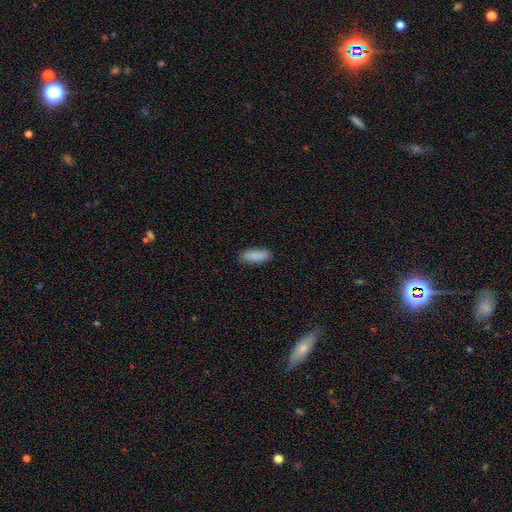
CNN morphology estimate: This appears to be a smooth galaxy with no disk features (90%) that is in between round and cigar-shaped (70%). Merging: none (88%).